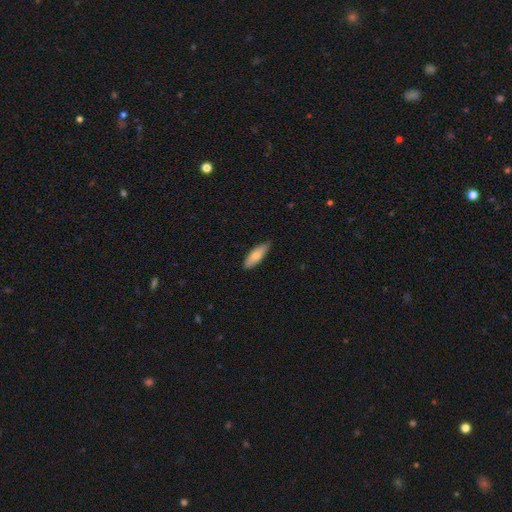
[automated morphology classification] Smooth or featured: smooth — 76% (featured or disk — 18%)
How rounded: in between — 60% (cigar-shaped — 38%)
Merging: none — 81% (minor disturbance — 16%)